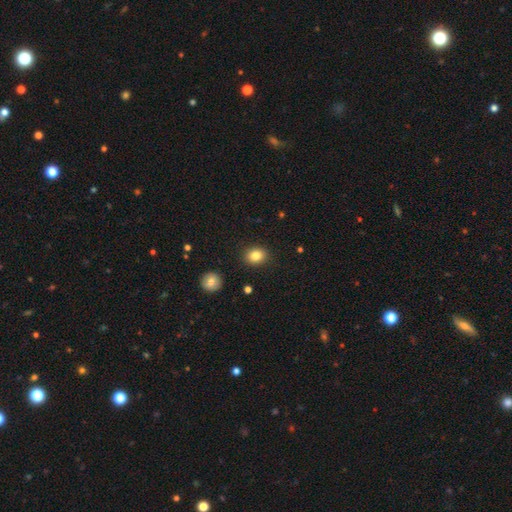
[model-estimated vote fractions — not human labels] Smooth or featured: smooth — 84% (star or artifact — 10%)
How rounded: round — 55% (in between — 44%)
Merging: none — 89% (minor disturbance — 8%)